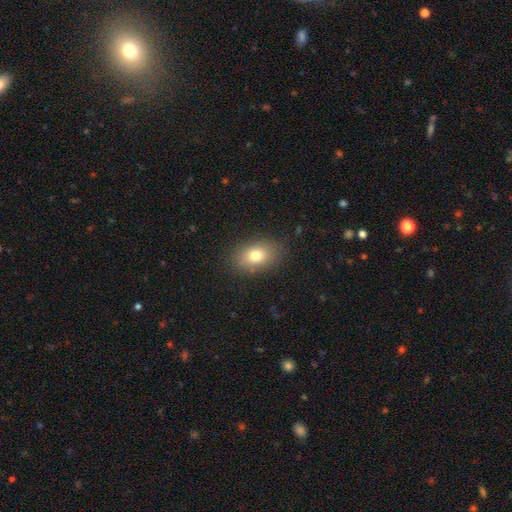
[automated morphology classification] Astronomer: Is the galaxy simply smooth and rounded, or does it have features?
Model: smooth — 78%.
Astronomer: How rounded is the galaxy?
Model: in between — 81%.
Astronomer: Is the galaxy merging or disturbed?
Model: none — 85%.